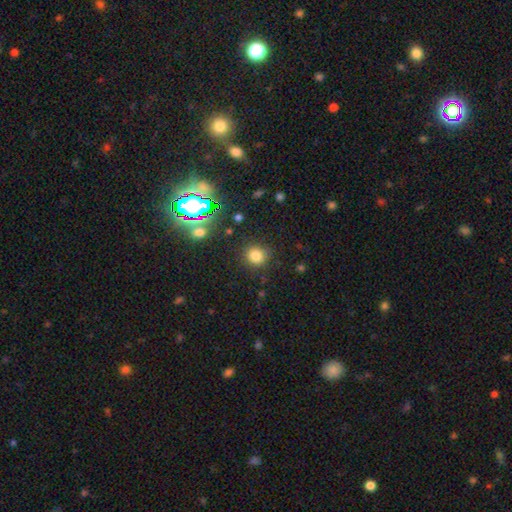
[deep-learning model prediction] smooth-or-featured: smooth: 77% | star or artifact: 17% | featured or disk: 6%
  how-rounded: round: 87% | in between: 12% | cigar-shaped: 1%
  merging: none: 85% | minor disturbance: 9% | major disturbance: 4% | merger: 2%